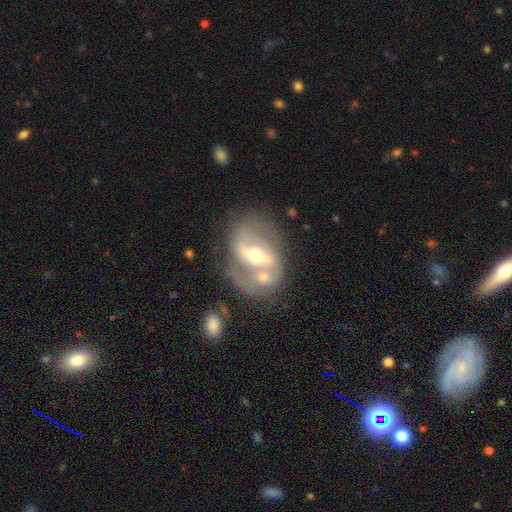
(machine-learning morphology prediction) type=featured or disk (79%); edge-on=no (95%); bar=strong (54%); spiral arms=yes (70%); winding=medium (45%); arm count=2 (81%); bulge=moderate (66%); merging=none (51%).